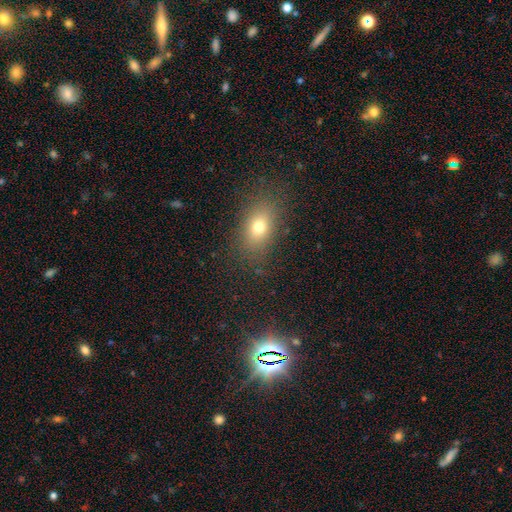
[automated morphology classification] The model was most divided on "smooth or featured": smooth: 60%, star or artifact: 28%, featured or disk: 12%. More confident: merging — none (85%); how rounded — in between (73%).